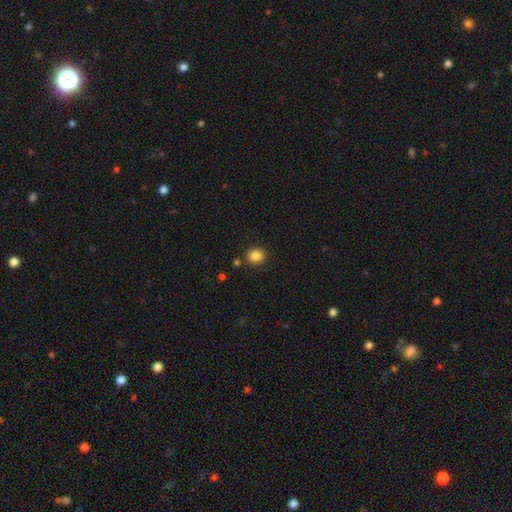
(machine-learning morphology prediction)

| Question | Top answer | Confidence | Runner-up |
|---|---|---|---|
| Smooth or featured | smooth | 85% | star or artifact (11%) |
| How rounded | round | 84% | in between (16%) |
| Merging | none | 85% | minor disturbance (8%) |